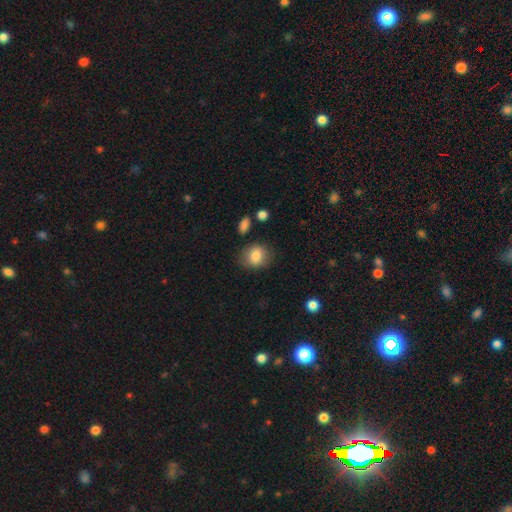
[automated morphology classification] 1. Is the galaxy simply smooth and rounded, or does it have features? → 81% smooth, 10% featured or disk, 9% star or artifact.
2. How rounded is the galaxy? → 62% round, 37% in between, 1% cigar-shaped.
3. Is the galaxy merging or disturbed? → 76% none, 16% minor disturbance, 5% major disturbance, 3% merger.